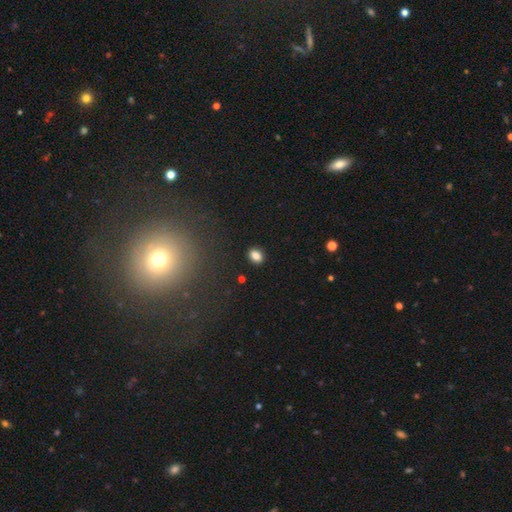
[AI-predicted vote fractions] Q: Smooth or featured?
A: smooth (84%); runner-up: star or artifact (11%)
Q: How rounded?
A: in between (64%); runner-up: round (34%)
Q: Merging?
A: none (89%); runner-up: minor disturbance (7%)